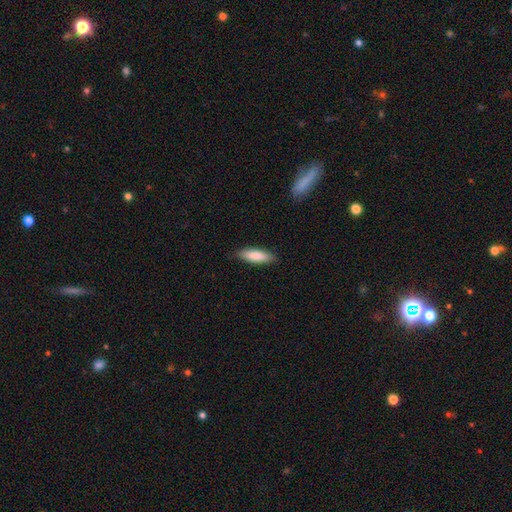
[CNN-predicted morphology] This is clearly a smooth galaxy (83%). How rounded: possibly cigar-shaped (52%). Merging: clearly none (87%).